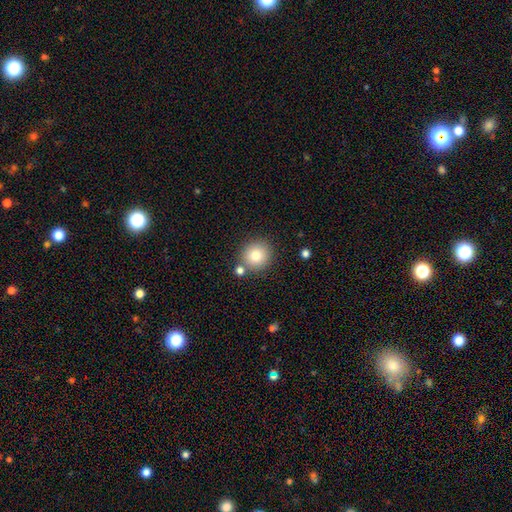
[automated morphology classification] Overall: smooth (80%). How rounded: round (90%). Merging: none (79%).